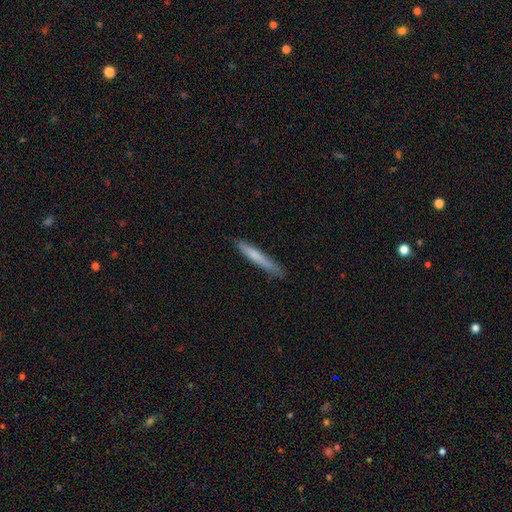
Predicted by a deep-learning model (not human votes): Overall: smooth (70%). How rounded: cigar-shaped (95%). Merging: none (81%).